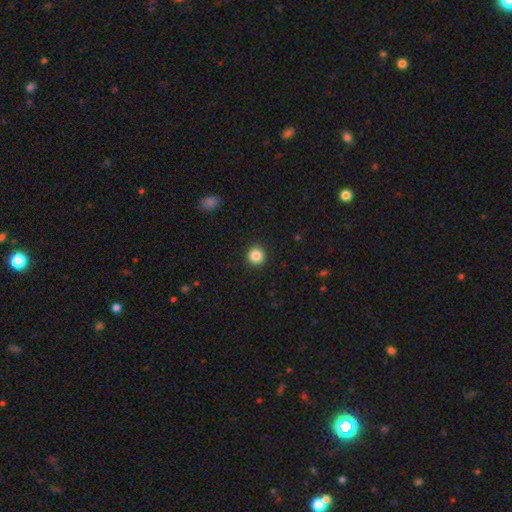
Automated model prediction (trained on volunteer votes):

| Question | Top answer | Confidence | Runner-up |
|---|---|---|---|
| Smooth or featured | smooth | 86% | star or artifact (10%) |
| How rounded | round | 94% | in between (5%) |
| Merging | none | 92% | minor disturbance (5%) |